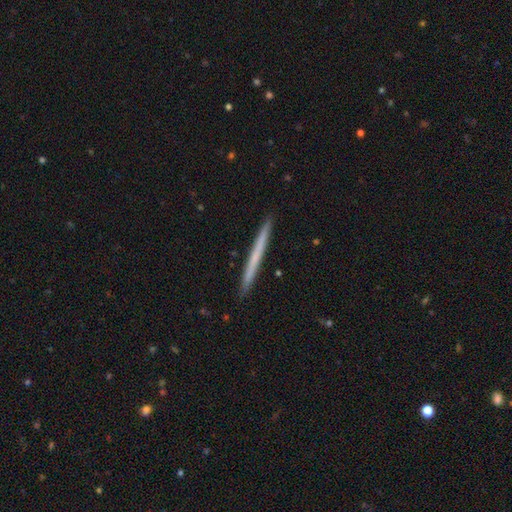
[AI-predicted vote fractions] Overall: smooth (52%; featured or disk 42%). How rounded: cigar-shaped (98%). Merging: none (93%).